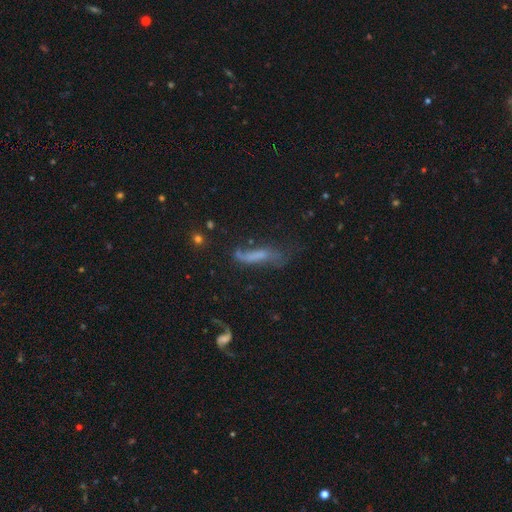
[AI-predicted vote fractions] Morphology: type=smooth (50%); merging=none (36%).